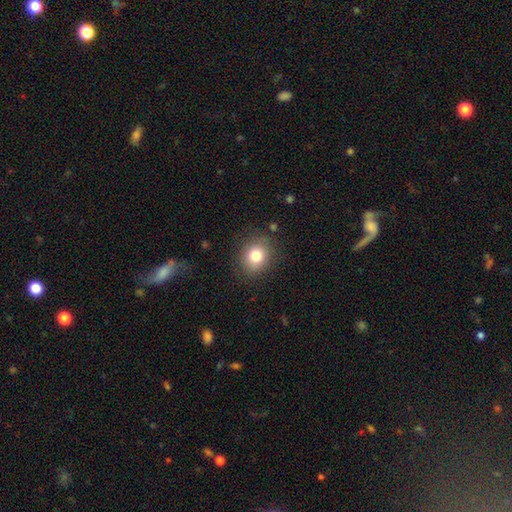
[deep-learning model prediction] smooth-or-featured: smooth: 79% | star or artifact: 11% | featured or disk: 10%
  how-rounded: round: 63% | in between: 36% | cigar-shaped: 1%
  merging: none: 84% | minor disturbance: 11% | major disturbance: 4% | merger: 1%